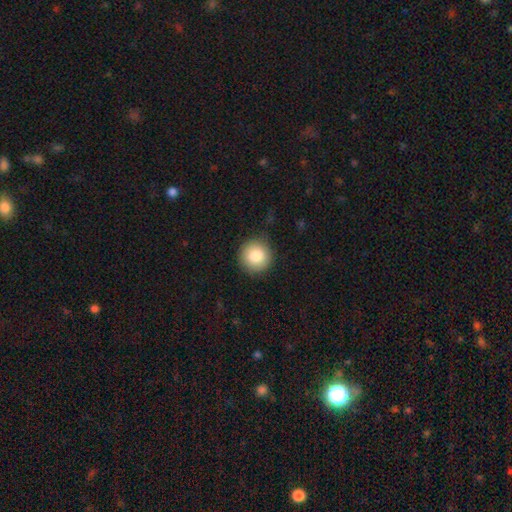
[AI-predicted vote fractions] Overall: smooth (85%). How rounded: round (94%). Merging: none (87%).